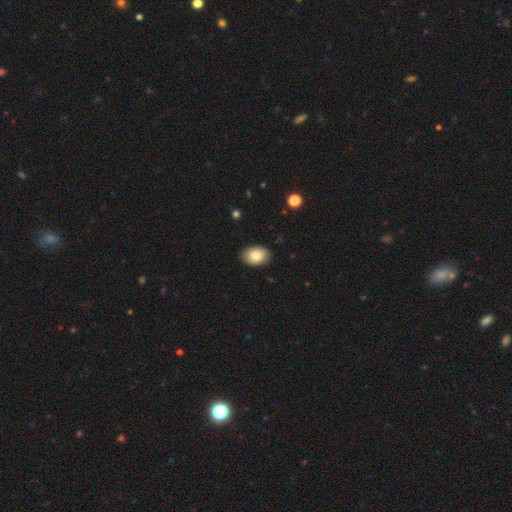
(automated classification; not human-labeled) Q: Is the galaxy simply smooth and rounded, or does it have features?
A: smooth — 81%.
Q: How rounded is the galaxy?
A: in between — 82%.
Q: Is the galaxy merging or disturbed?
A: none — 88%.